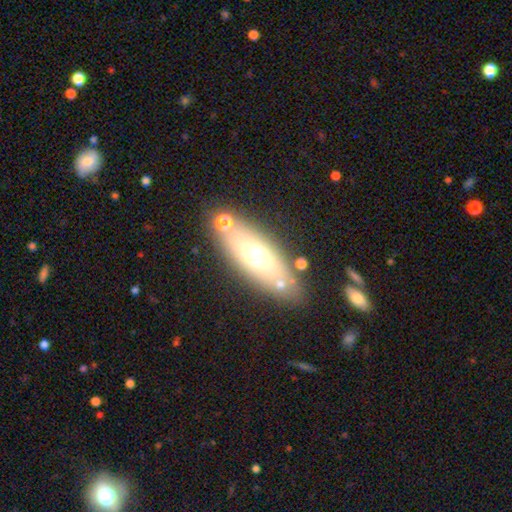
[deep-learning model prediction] Smooth or featured? smooth (52%)
How rounded? in between (64%)
Merging? none (77%)